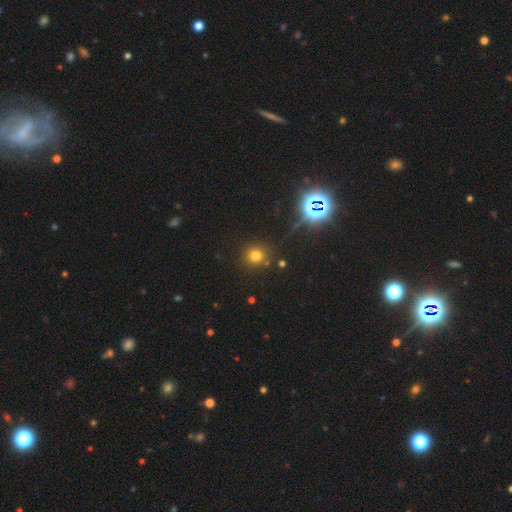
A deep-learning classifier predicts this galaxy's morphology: This is likely a smooth galaxy (71%). How rounded: clearly round (89%). Merging: clearly none (84%).